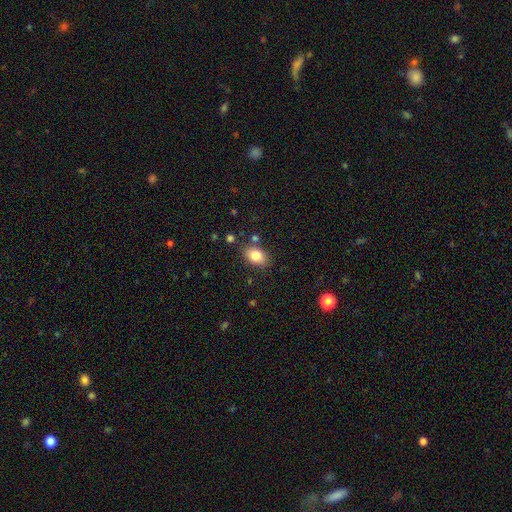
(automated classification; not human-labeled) smooth-or-featured: smooth: 82% | featured or disk: 9% | star or artifact: 9%
  how-rounded: in between: 83% | round: 16% | cigar-shaped: 1%
  merging: none: 80% | minor disturbance: 12% | merger: 5% | major disturbance: 3%